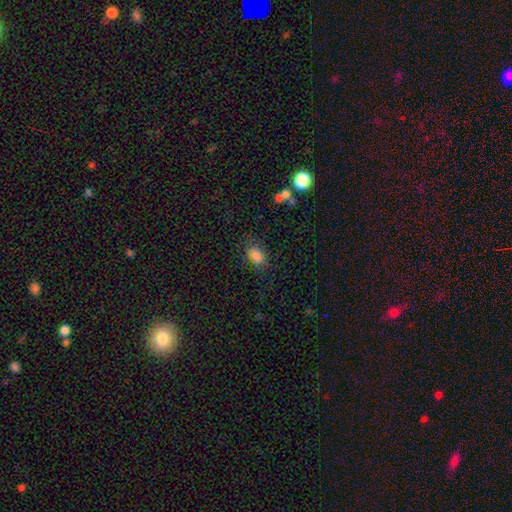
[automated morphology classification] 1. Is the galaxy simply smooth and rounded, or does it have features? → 82% smooth, 12% star or artifact, 6% featured or disk.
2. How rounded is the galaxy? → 80% in between, 18% round, 2% cigar-shaped.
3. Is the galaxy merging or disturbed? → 73% none, 17% minor disturbance, 7% major disturbance, 2% merger.